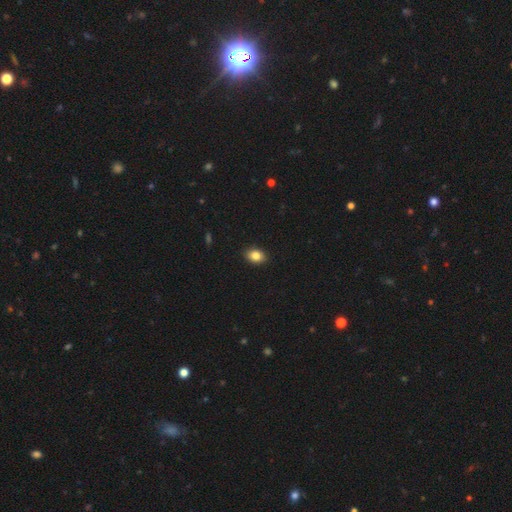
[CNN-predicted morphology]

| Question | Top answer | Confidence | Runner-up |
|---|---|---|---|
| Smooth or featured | smooth | 85% | star or artifact (9%) |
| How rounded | in between | 73% | round (26%) |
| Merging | none | 90% | minor disturbance (7%) |